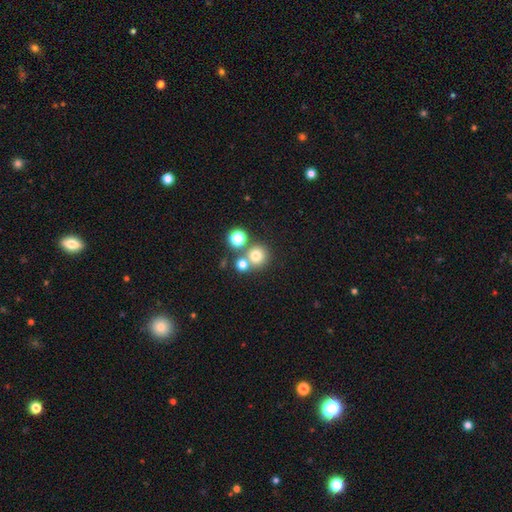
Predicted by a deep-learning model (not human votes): A smooth galaxy with no disk features (74%) that is round (91%).

Vote fractions:
- Smooth or featured? smooth: 74% / star or artifact: 16% / featured or disk: 10%
- How rounded? round: 91% / in between: 8% / cigar-shaped: 1%
- Merging? none: 61% / merger: 29% / minor disturbance: 7% / major disturbance: 3%